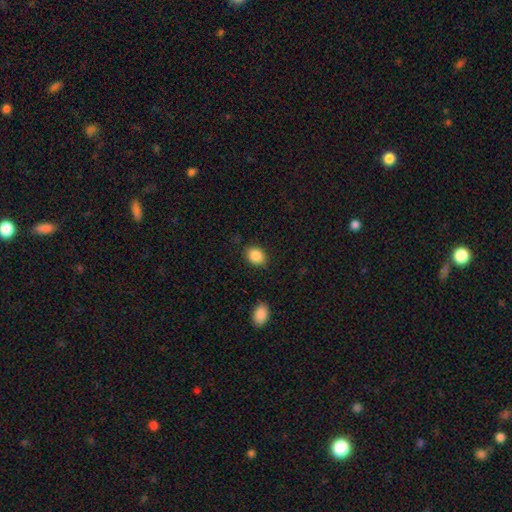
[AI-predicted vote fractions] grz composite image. It shows a smooth galaxy with no disk features (88%) that is in between round and cigar-shaped (61%). Merging: none (85%).